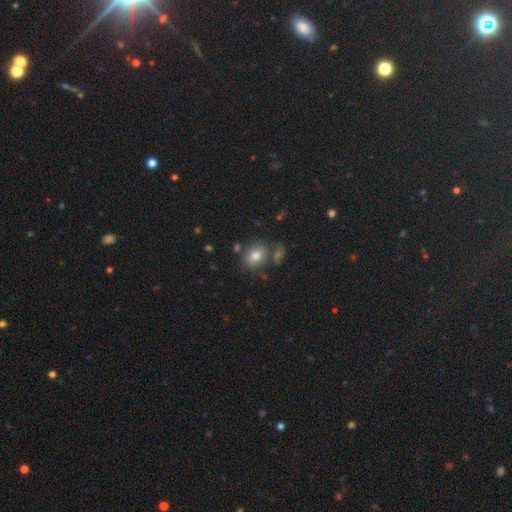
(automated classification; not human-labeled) Smooth or featured? Predicted: smooth (p=0.78). How rounded? Predicted: in between (p=0.51). Merging? Predicted: none (p=0.68).